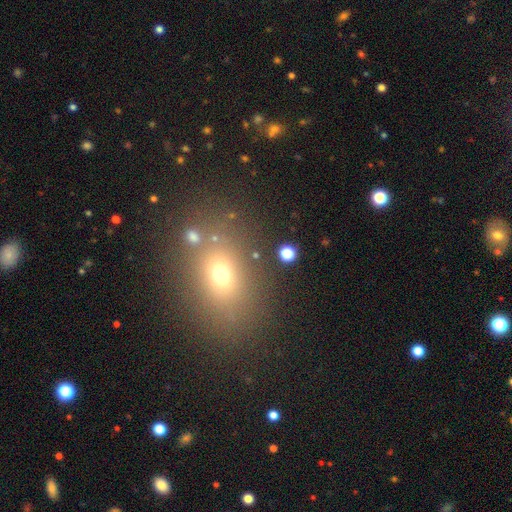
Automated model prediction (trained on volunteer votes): Smooth or featured: smooth — 63% (star or artifact — 23%)
How rounded: in between — 60% (round — 37%)
Merging: none — 74% (minor disturbance — 12%)